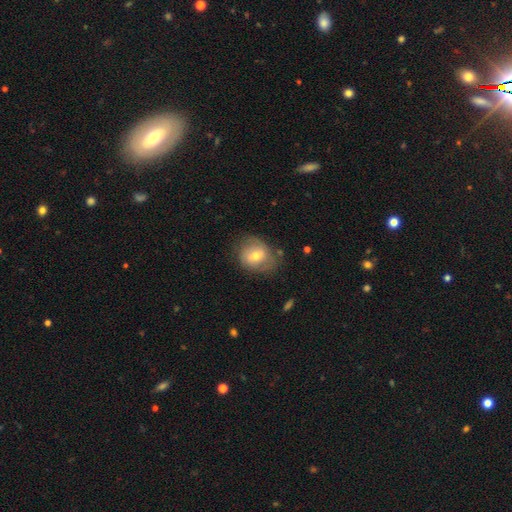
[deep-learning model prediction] Overall: smooth (55%; featured or disk 37%). How rounded: round (60%; in between 39%). Merging: none (62%; minor disturbance 25%).